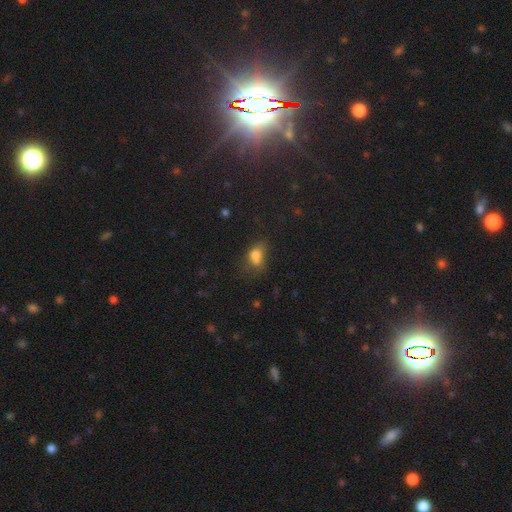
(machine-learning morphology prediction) Smooth or featured? smooth (71%)
How rounded? in between (66%)
Merging? merger (31%)